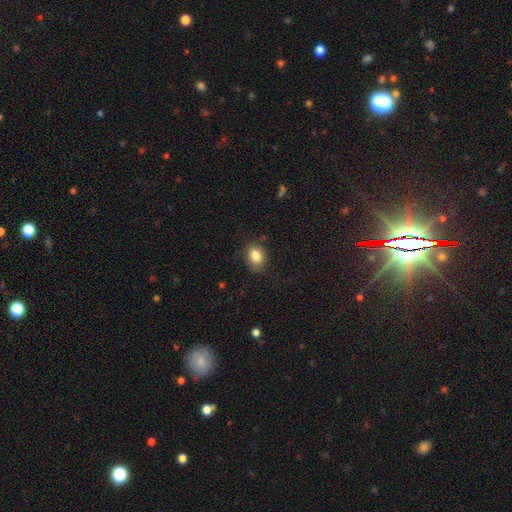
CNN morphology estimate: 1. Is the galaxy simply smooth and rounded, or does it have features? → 84% smooth, 9% star or artifact, 7% featured or disk.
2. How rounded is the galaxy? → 72% in between, 26% round, 1% cigar-shaped.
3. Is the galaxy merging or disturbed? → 81% none, 14% minor disturbance, 3% major disturbance, 1% merger.